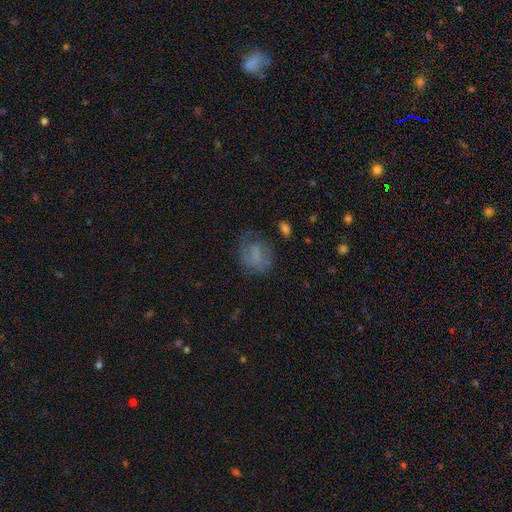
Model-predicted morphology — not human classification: A smooth galaxy with no disk features (50%).

Vote fractions:
- Smooth or featured? smooth: 50% / featured or disk: 37% / star or artifact: 13%
- Merging? none: 54% / minor disturbance: 23% / major disturbance: 21% / merger: 2%